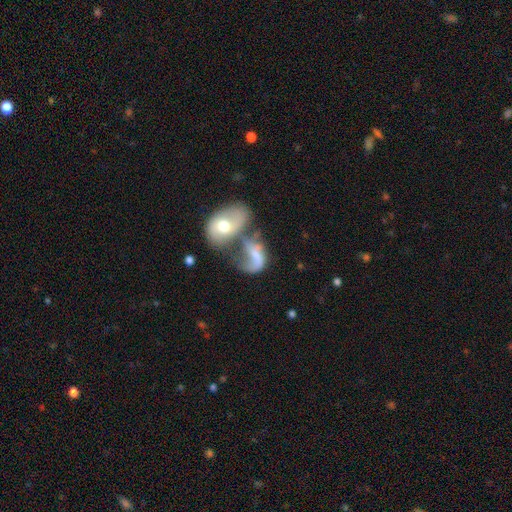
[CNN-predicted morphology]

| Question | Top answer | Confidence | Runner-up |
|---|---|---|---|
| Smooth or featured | featured or disk | 56% | smooth (35%) |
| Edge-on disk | no | 96% | yes (4%) |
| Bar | no | 57% | weak (32%) |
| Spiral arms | yes | 66% | no (34%) |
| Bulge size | moderate | 49% | small (27%) |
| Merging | merger | 60% | major disturbance (20%) |